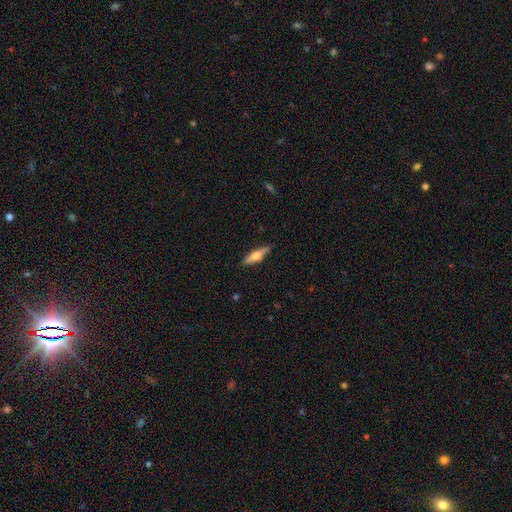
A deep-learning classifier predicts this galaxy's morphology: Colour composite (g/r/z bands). It shows a featured or disk galaxy (49%). Merging: none (87%).